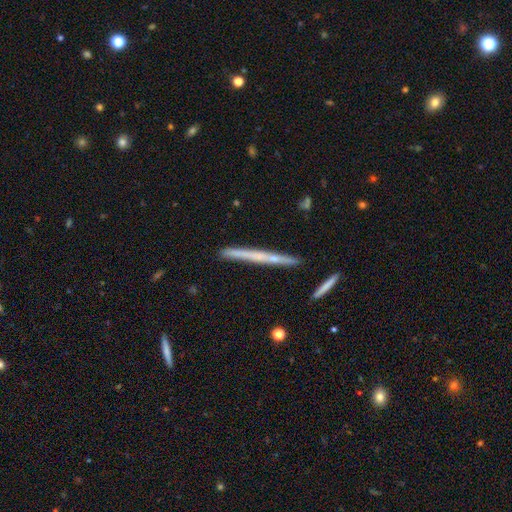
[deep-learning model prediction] smooth_or_featured: featured or disk (p=0.56) [alt: smooth p=0.38]
disk_edge_on: yes (p=0.97) [alt: no p=0.03]
edge_on_bulge: none (p=0.75) [alt: rounded p=0.21]
merging: none (p=0.88) [alt: minor disturbance p=0.09]